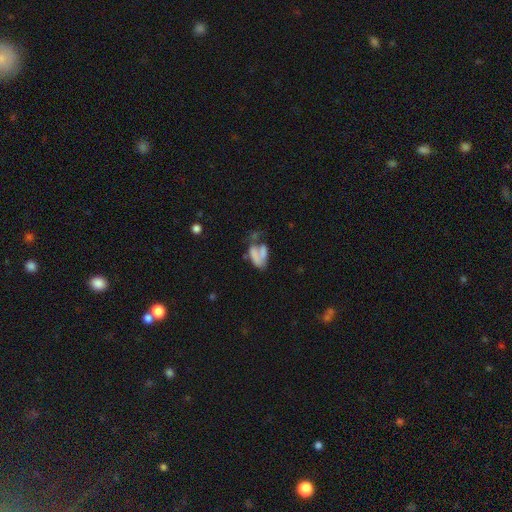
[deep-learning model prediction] The model was most divided on "merging": merger: 33%, major disturbance: 31%, none: 20%, minor disturbance: 15%. More confident: how rounded — in between (88%); smooth or featured — smooth (53%).